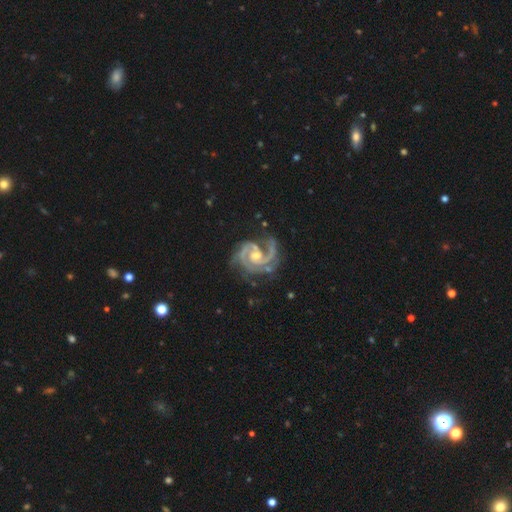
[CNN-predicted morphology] Overall: featured or disk (94%). Edge-on disk: no (98%). Bar: no (52%; weak 35%). Spiral arms: yes (99%). Spiral arm count: 2 (66%). Spiral winding: tight (52%; medium 43%). Bulge size: moderate (57%; small 37%). Merging: none (66%).